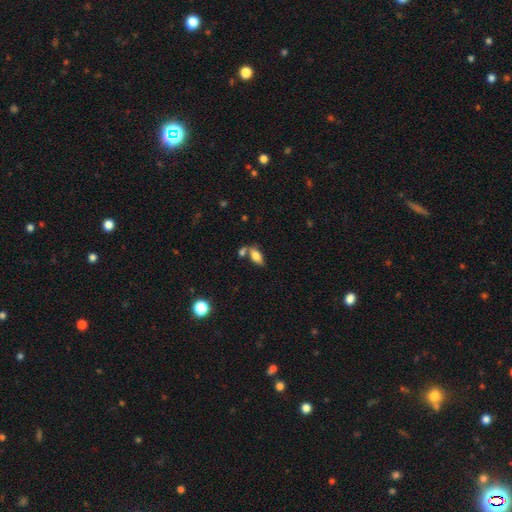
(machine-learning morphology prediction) Smooth or featured?
  - smooth: 71% *
  - featured or disk: 20%
  - star or artifact: 9%
How rounded?
  - in between: 85% *
  - cigar-shaped: 10%
  - round: 4%
Merging?
  - none: 56% *
  - merger: 24%
  - minor disturbance: 14%
  - major disturbance: 5%